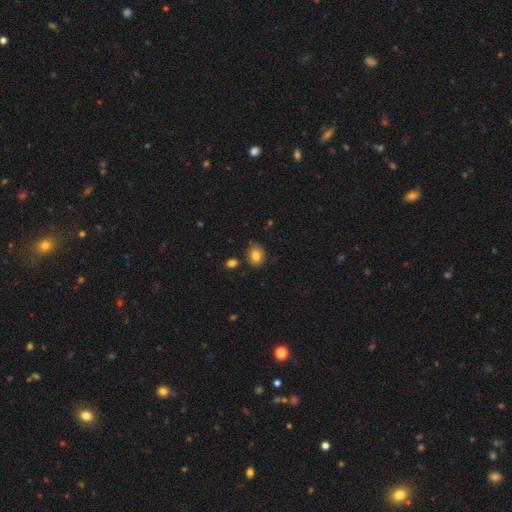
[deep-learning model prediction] A smooth galaxy with no disk features (81%) that is round (55%). Merging: none (77%).